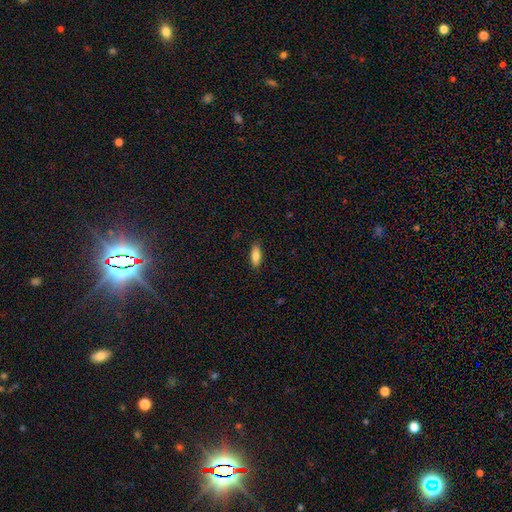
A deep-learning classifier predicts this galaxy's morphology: A smooth galaxy with no disk features (82%) that is in between round and cigar-shaped (73%).

Vote fractions:
- Smooth or featured? smooth: 82% / featured or disk: 12% / star or artifact: 7%
- How rounded? in between: 73% / cigar-shaped: 25% / round: 2%
- Merging? none: 87% / minor disturbance: 10% / major disturbance: 2% / merger: 1%